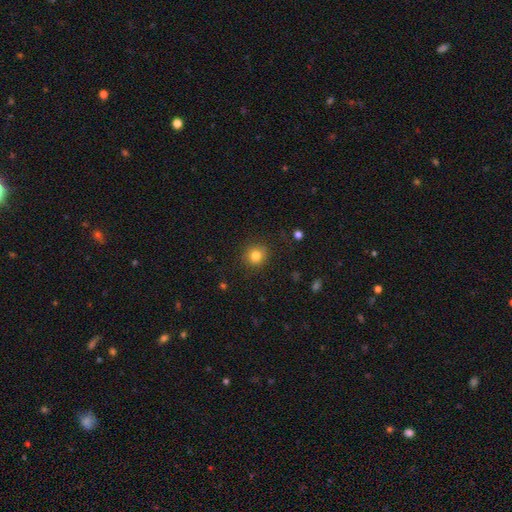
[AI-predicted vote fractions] Smooth or featured?
  - smooth: 81% *
  - star or artifact: 12%
  - featured or disk: 7%
How rounded?
  - round: 89% *
  - in between: 10%
  - cigar-shaped: 1%
Merging?
  - none: 87% *
  - minor disturbance: 9%
  - major disturbance: 3%
  - merger: 1%